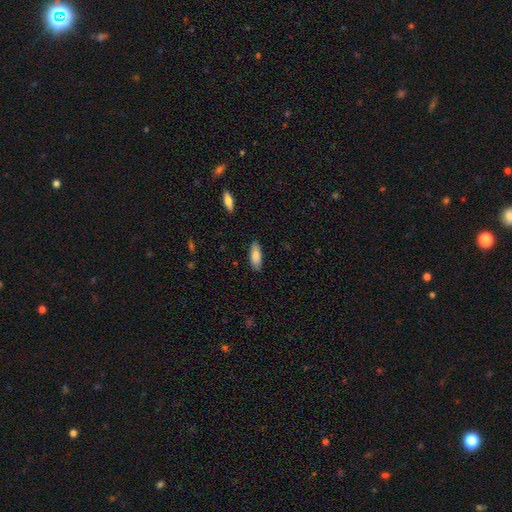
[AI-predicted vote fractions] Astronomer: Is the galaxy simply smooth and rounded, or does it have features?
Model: smooth — 85%.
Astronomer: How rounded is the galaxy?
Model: in between — 71%.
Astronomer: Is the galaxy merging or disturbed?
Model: none — 86%.